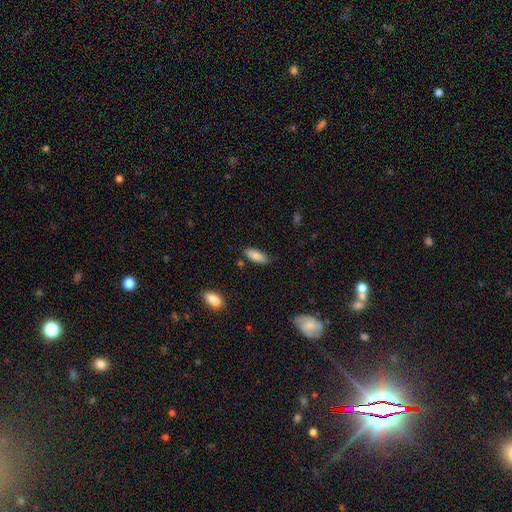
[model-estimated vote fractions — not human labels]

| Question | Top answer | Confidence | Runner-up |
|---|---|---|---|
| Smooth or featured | smooth | 84% | featured or disk (9%) |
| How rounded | in between | 82% | cigar-shaped (16%) |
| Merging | none | 82% | minor disturbance (13%) |